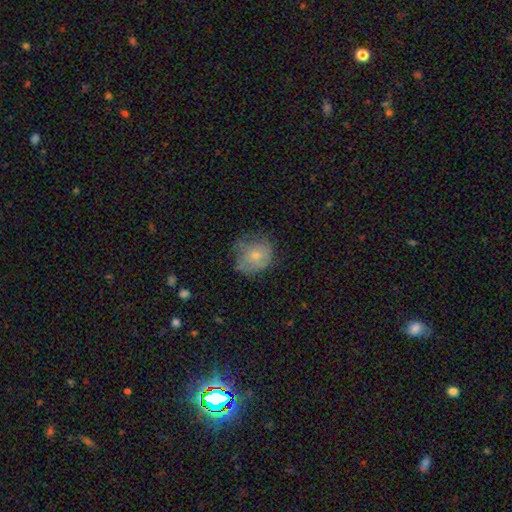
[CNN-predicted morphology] Smooth or featured? Predicted: smooth (p=0.65). How rounded? Predicted: round (p=0.71). Merging? Predicted: none (p=0.54).